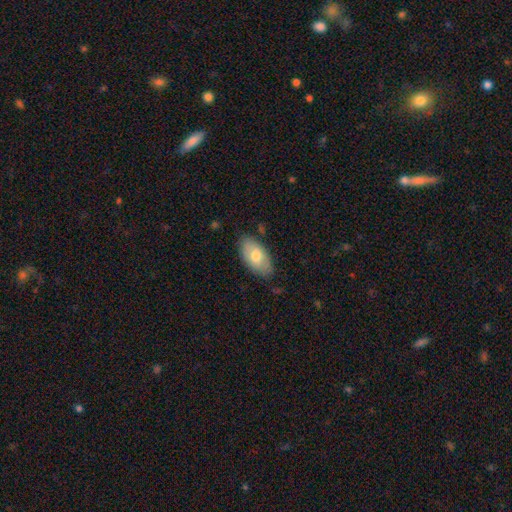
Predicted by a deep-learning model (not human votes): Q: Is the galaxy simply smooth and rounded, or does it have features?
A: smooth — 71%.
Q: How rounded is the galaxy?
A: in between — 94%.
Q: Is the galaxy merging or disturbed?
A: none — 79%.